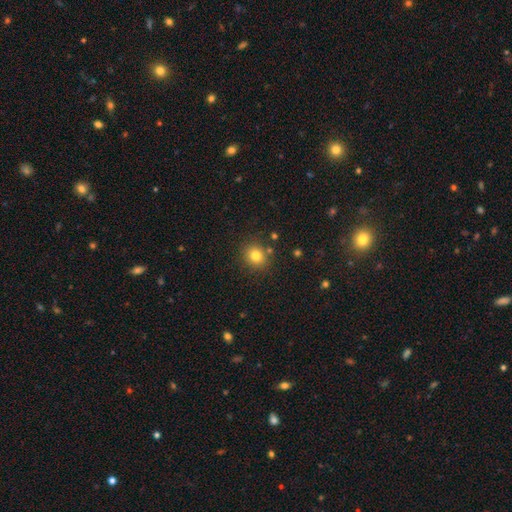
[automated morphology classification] Smooth or featured: smooth — 79% (star or artifact — 13%)
How rounded: round — 80% (in between — 19%)
Merging: none — 85% (minor disturbance — 8%)